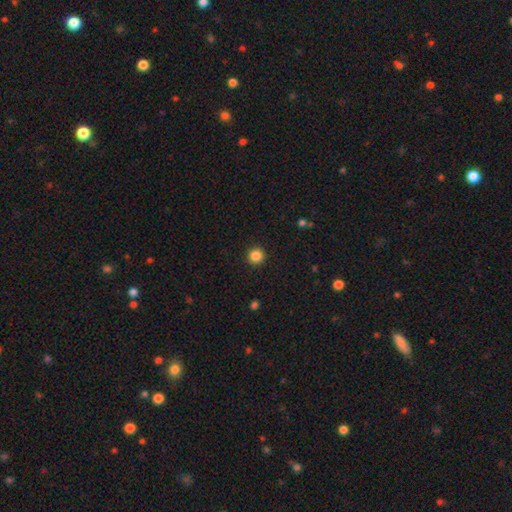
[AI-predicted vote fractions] smooth 86%, star or artifact 11%, featured or disk 4%. Down the decision tree: how rounded — round (96%); merging — none (93%).